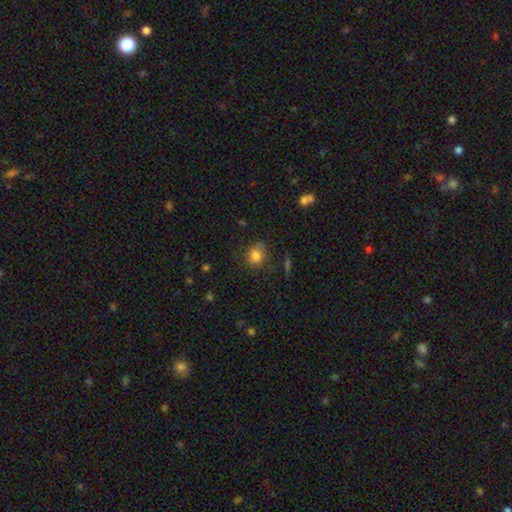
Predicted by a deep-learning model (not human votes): Morphology: type=smooth (81%); roundness=round (75%); merging=none (67%).